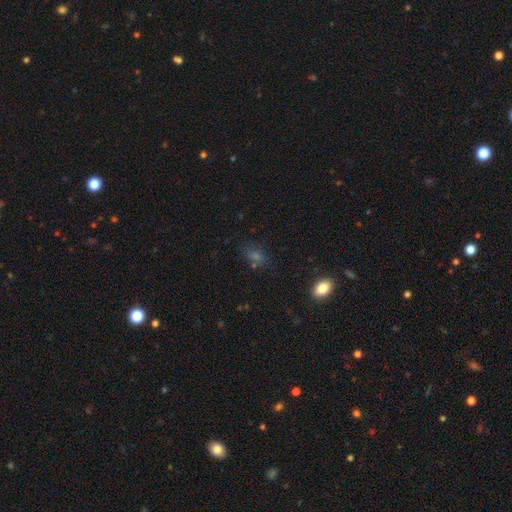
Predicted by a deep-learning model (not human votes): Morphology: type=smooth (57%); roundness=in between (71%); merging=none (72%).